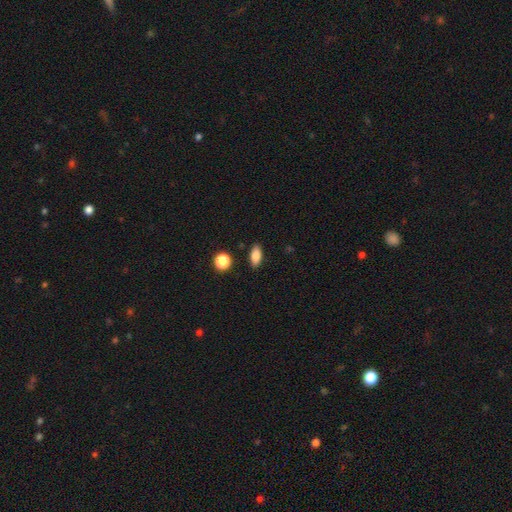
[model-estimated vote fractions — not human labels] Overall: smooth (83%). How rounded: in between (83%). Merging: none (88%).